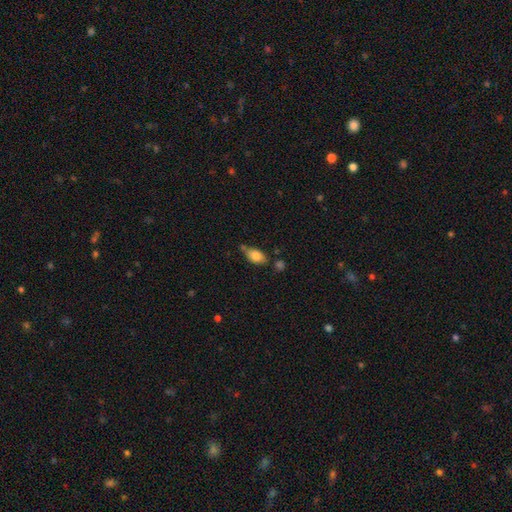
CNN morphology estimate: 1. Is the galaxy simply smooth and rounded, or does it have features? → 82% smooth, 11% featured or disk, 7% star or artifact.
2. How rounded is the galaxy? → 89% in between, 8% round, 3% cigar-shaped.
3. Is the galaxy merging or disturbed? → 60% none, 22% minor disturbance, 13% merger, 5% major disturbance.